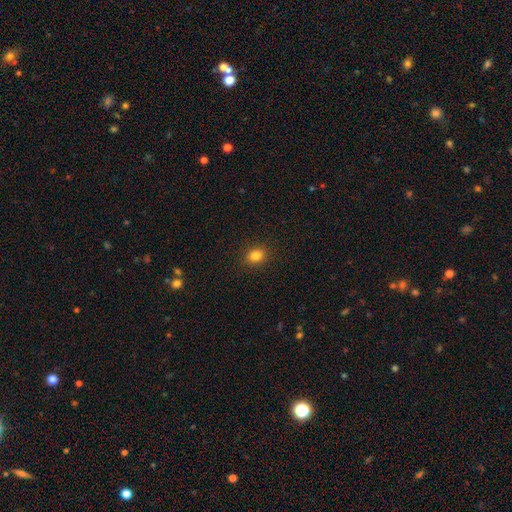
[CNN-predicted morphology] smooth 83%, star or artifact 12%, featured or disk 5%. Down the decision tree: how rounded — round (53%); merging — none (90%).